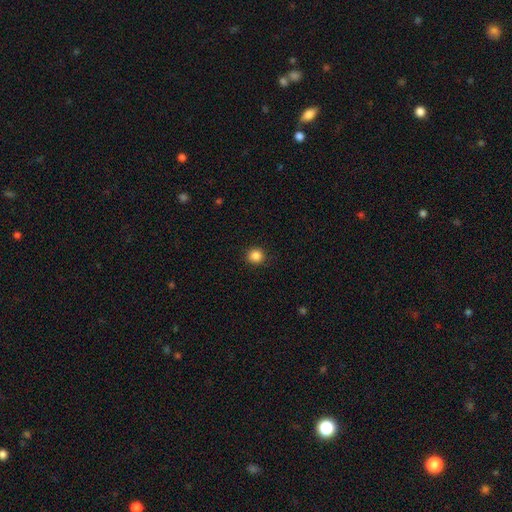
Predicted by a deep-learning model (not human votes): This appears to be a smooth galaxy with no disk features (86%) that is round (92%). Merging: none (92%).